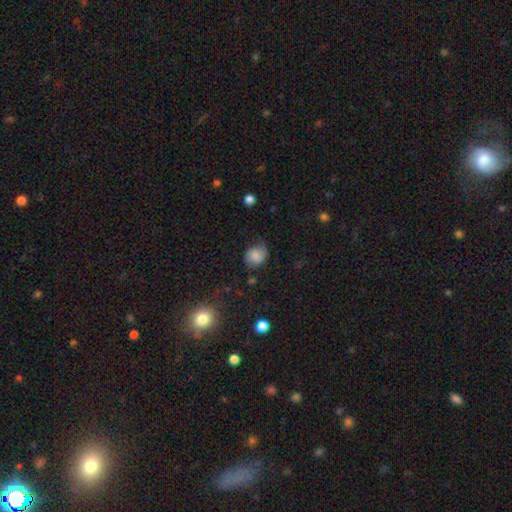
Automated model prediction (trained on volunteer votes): This appears to be a smooth galaxy with no disk features (62%) that is round (60%). Merging: none (54%).